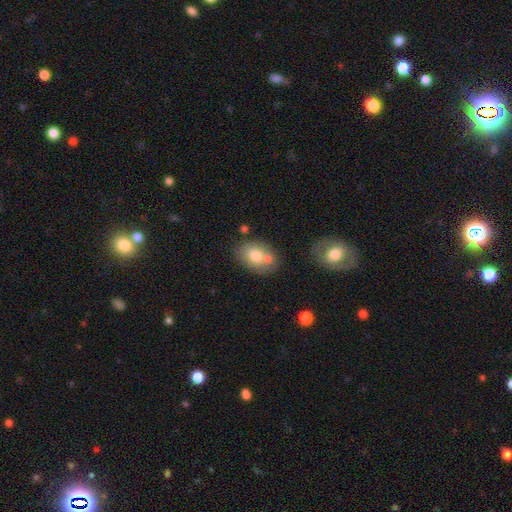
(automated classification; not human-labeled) Smooth or featured? smooth (73%)
How rounded? in between (76%)
Merging? none (54%)